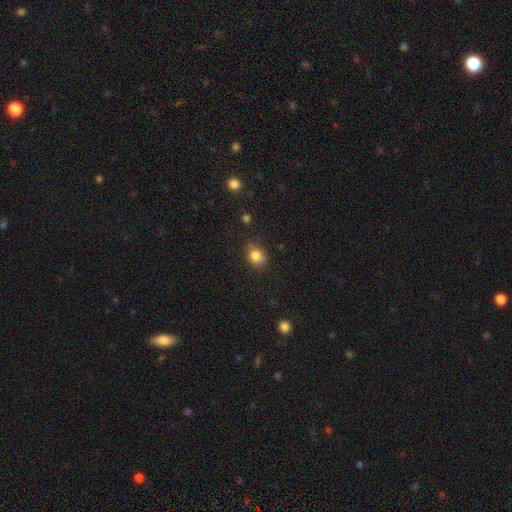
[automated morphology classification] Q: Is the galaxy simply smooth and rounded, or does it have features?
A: smooth — 81%.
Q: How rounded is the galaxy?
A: round — 68%.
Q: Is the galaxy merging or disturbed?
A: none — 67%.